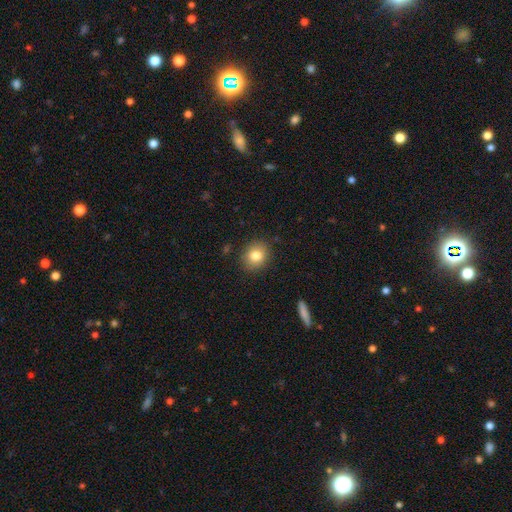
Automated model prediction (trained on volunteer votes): Smooth or featured?
  - smooth: 81% *
  - star or artifact: 10%
  - featured or disk: 9%
How rounded?
  - round: 67% *
  - in between: 32%
  - cigar-shaped: 1%
Merging?
  - none: 88% *
  - minor disturbance: 9%
  - major disturbance: 2%
  - merger: 1%